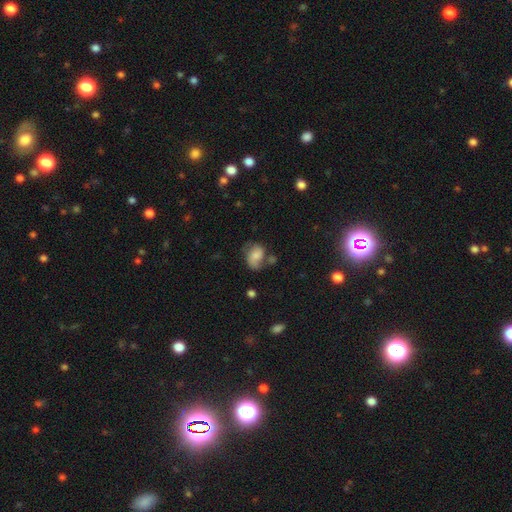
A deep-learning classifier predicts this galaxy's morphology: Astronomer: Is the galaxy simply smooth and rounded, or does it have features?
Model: smooth — 61%.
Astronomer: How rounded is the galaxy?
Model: in between — 65%.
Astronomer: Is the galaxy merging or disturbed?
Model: none — 46% (runner-up: minor disturbance, 28%).